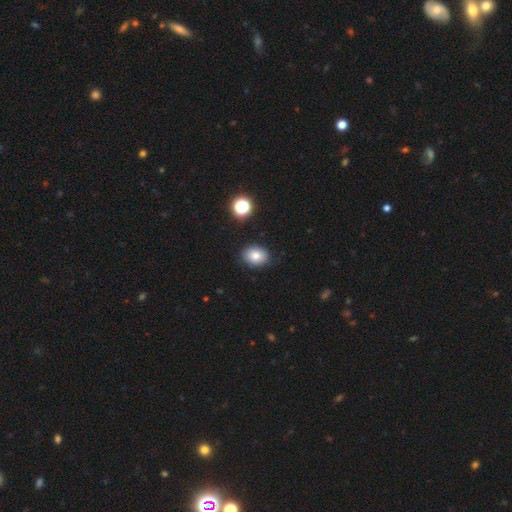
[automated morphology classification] smooth 80%, star or artifact 11%, featured or disk 9%. Down the decision tree: how rounded — round (55%); merging — none (86%).